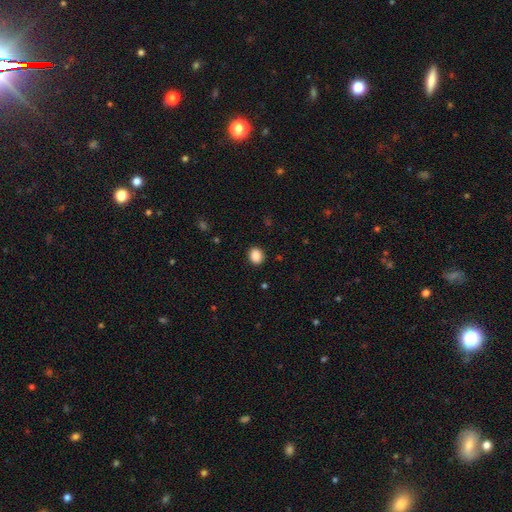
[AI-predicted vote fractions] smooth-or-featured: smooth: 88% | star or artifact: 9% | featured or disk: 3%
  how-rounded: round: 66% | in between: 33% | cigar-shaped: 1%
  merging: none: 90% | minor disturbance: 7% | major disturbance: 2% | merger: 1%